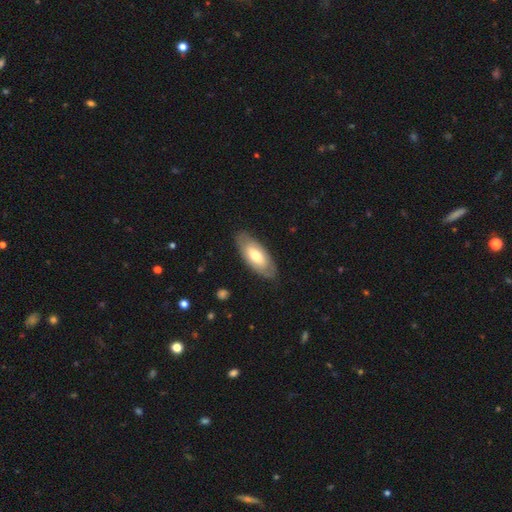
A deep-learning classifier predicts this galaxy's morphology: Q: Smooth or featured?
A: smooth (56%); runner-up: featured or disk (39%)
Q: How rounded?
A: in between (87%); runner-up: cigar-shaped (11%)
Q: Merging?
A: none (82%); runner-up: minor disturbance (13%)